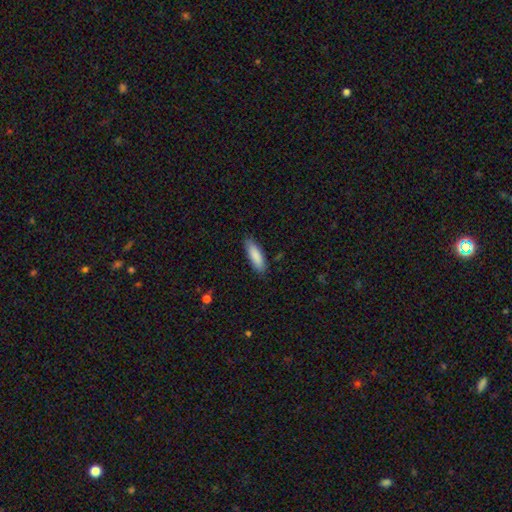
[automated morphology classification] A smooth galaxy with no disk features (87%) that is cigar-shaped (53%).

Vote fractions:
- Smooth or featured? smooth: 87% / featured or disk: 7% / star or artifact: 6%
- How rounded? cigar-shaped: 53% / in between: 46% / round: 1%
- Merging? none: 85% / minor disturbance: 11% / major disturbance: 2% / merger: 1%